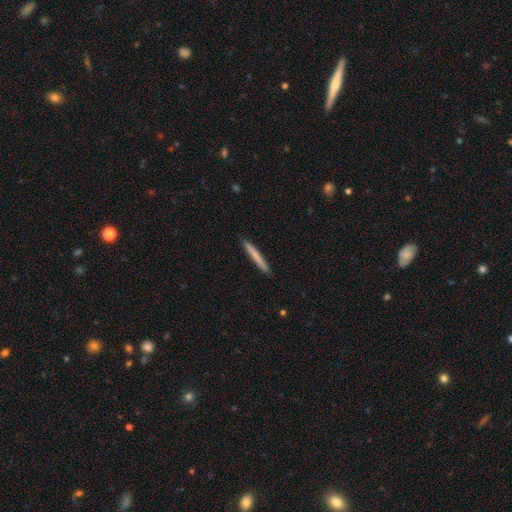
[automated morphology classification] Overall: smooth (73%). How rounded: cigar-shaped (97%). Merging: none (92%).